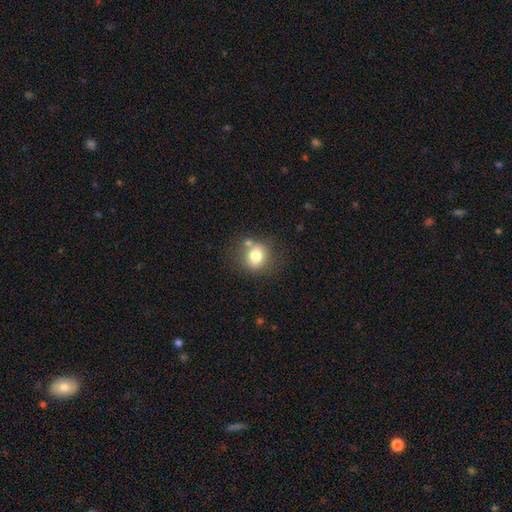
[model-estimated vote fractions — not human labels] Smooth or featured: smooth — 76% (featured or disk — 13%)
How rounded: round — 71% (in between — 28%)
Merging: none — 68% (minor disturbance — 15%)